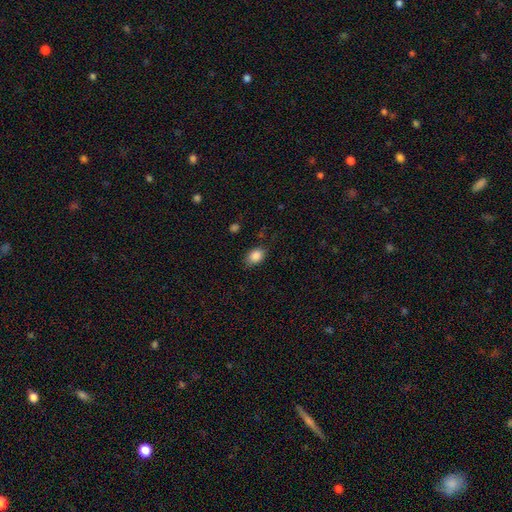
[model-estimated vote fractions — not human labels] A smooth galaxy with no disk features (87%) that is in between round and cigar-shaped (81%). Merging: none (77%).